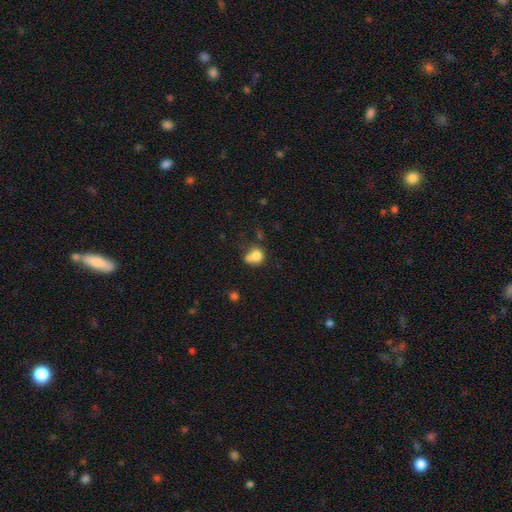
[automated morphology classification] Overall: smooth (75%). How rounded: round (68%; in between 31%). Merging: merger (45%; none 33%).